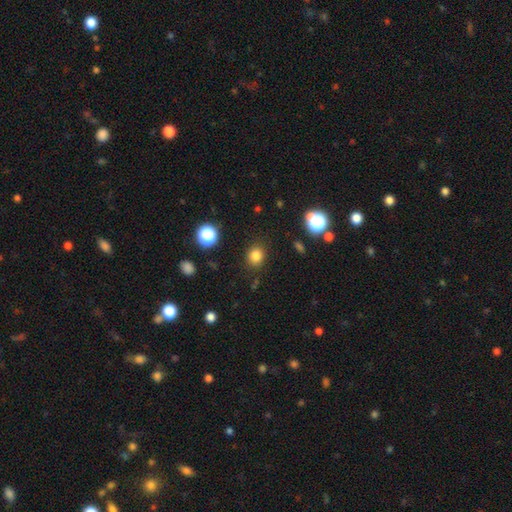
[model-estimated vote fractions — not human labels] Smooth or featured? smooth (81%)
How rounded? round (77%)
Merging? none (87%)